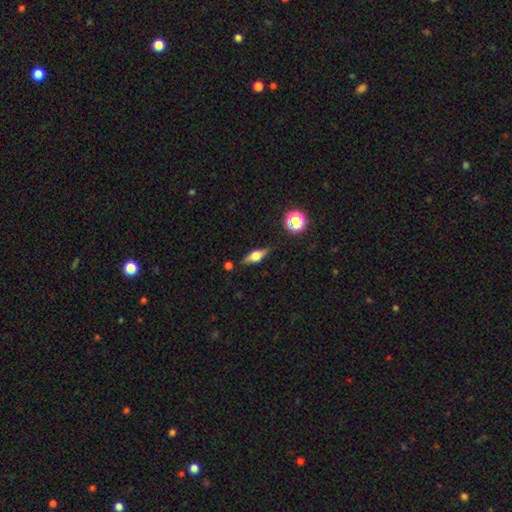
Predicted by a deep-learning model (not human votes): smooth-or-featured: featured or disk: 51% | smooth: 40% | star or artifact: 9%
  disk-edge-on: yes: 91% | no: 9%
  merging: none: 81% | minor disturbance: 13% | major disturbance: 3% | merger: 3%